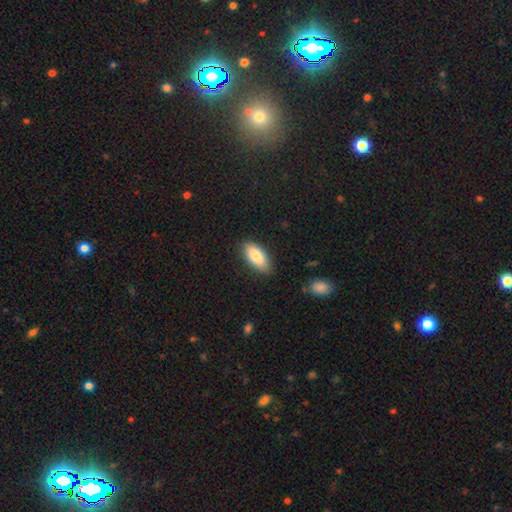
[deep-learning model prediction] Q: Smooth or featured?
A: smooth (83%); runner-up: featured or disk (11%)
Q: How rounded?
A: in between (88%); runner-up: cigar-shaped (10%)
Q: Merging?
A: none (84%); runner-up: minor disturbance (12%)